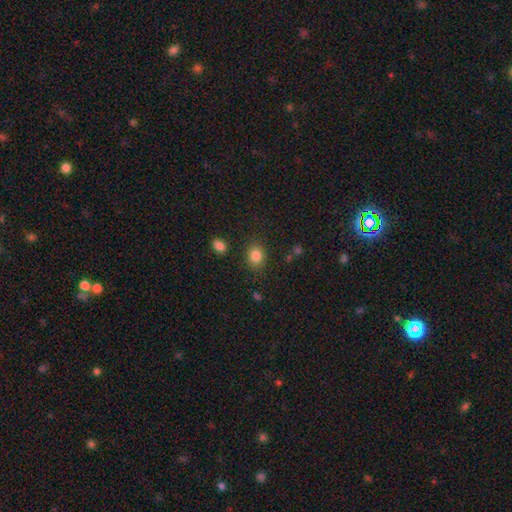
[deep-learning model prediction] Smooth or featured: smooth — 84% (star or artifact — 10%)
How rounded: round — 57% (in between — 42%)
Merging: none — 84% (minor disturbance — 10%)